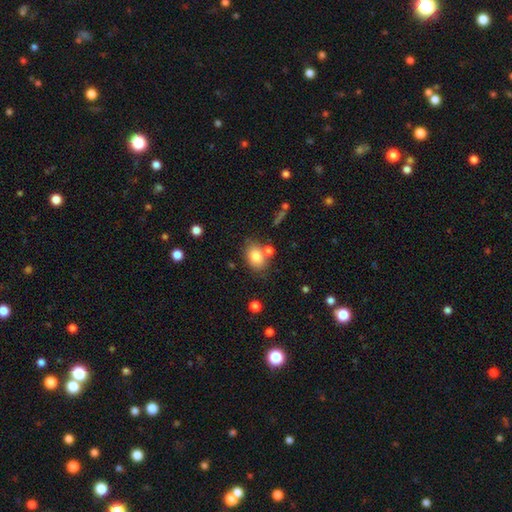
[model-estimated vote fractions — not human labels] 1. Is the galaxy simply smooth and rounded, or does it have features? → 80% smooth, 11% featured or disk, 9% star or artifact.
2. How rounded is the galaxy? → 71% in between, 27% round, 1% cigar-shaped.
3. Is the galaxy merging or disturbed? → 67% none, 15% merger, 14% minor disturbance, 4% major disturbance.